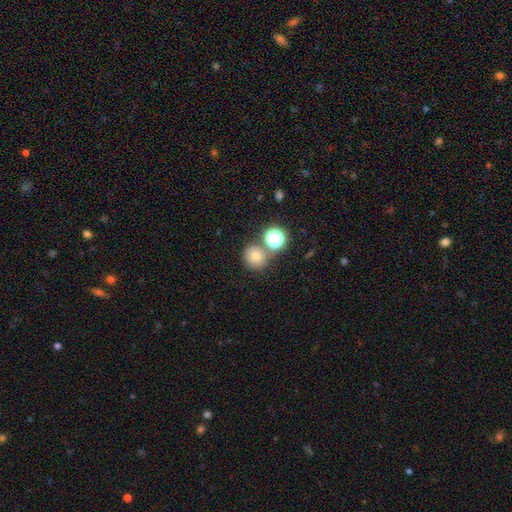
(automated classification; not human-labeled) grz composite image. It shows a smooth galaxy with no disk features (69%) that is round (87%). Merging: none (70%).